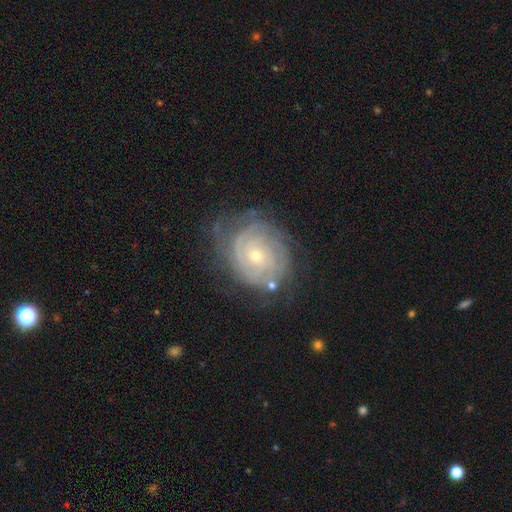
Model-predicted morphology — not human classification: Overall: featured or disk (84%). Edge-on disk: no (97%). Bar: no (75%). Spiral arms: yes (95%). Spiral arm count: can't tell (36%; 2 20%). Spiral winding: tight (81%). Bulge size: small (66%; moderate 31%). Merging: none (69%).